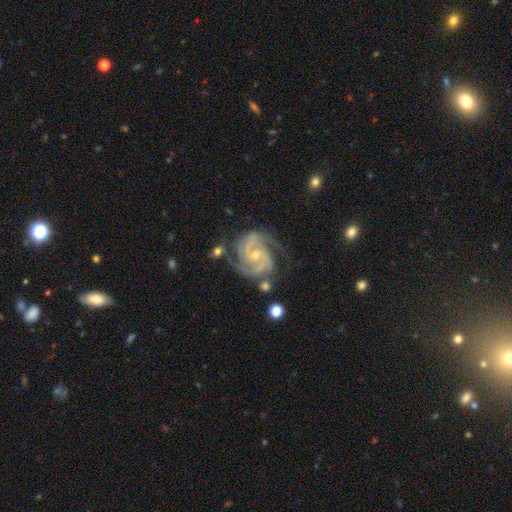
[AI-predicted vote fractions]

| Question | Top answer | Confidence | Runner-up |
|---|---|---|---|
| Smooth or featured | featured or disk | 93% | star or artifact (4%) |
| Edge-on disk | no | 98% | yes (2%) |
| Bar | no | 55% | weak (34%) |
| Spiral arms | yes | 99% | no (1%) |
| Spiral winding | tight | 52% | medium (43%) |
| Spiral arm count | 2 | 42% | 3 (37%) |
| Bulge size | small | 69% | moderate (27%) |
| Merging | none | 66% | minor disturbance (22%) |